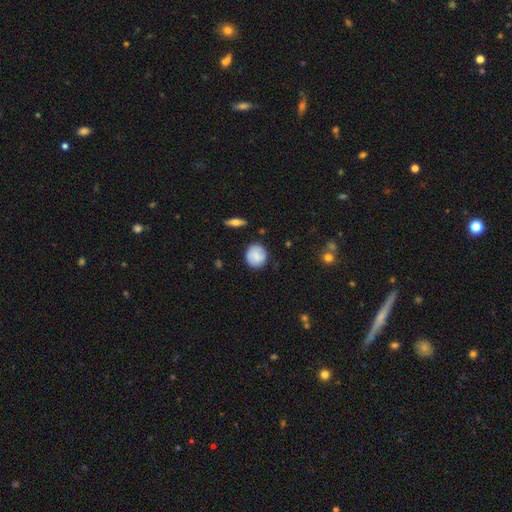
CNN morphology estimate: This is likely a smooth galaxy (73%). How rounded: clearly round (86%). Merging: clearly none (81%).